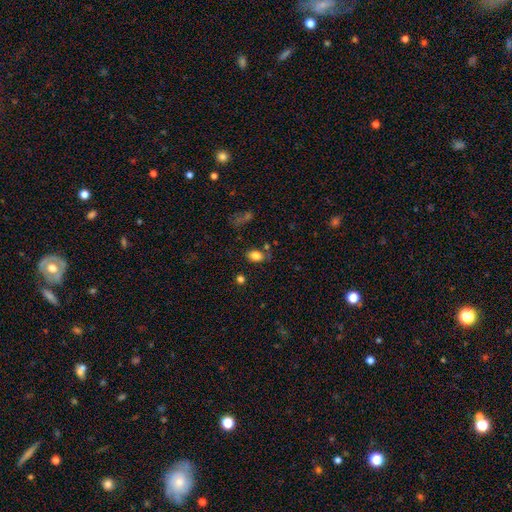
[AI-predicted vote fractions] Q: Smooth or featured?
A: smooth (82%); runner-up: star or artifact (10%)
Q: How rounded?
A: in between (84%); runner-up: round (15%)
Q: Merging?
A: none (72%); runner-up: minor disturbance (17%)